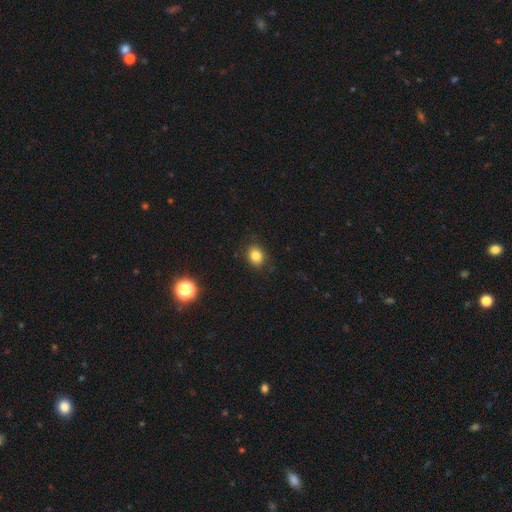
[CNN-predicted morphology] smooth-or-featured: smooth: 82% | star or artifact: 12% | featured or disk: 6%
  how-rounded: round: 57% | in between: 42% | cigar-shaped: 1%
  merging: none: 86% | minor disturbance: 10% | major disturbance: 3% | merger: 1%